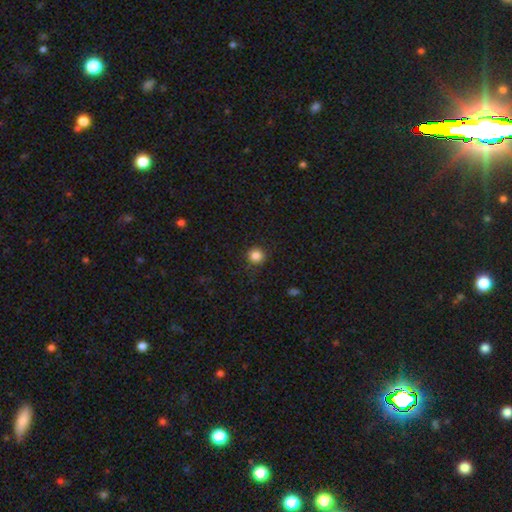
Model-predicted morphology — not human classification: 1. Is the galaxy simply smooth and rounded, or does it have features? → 85% smooth, 11% star or artifact, 4% featured or disk.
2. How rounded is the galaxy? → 94% round, 5% in between, 1% cigar-shaped.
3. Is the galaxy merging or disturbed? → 90% none, 7% minor disturbance, 2% major disturbance, 1% merger.